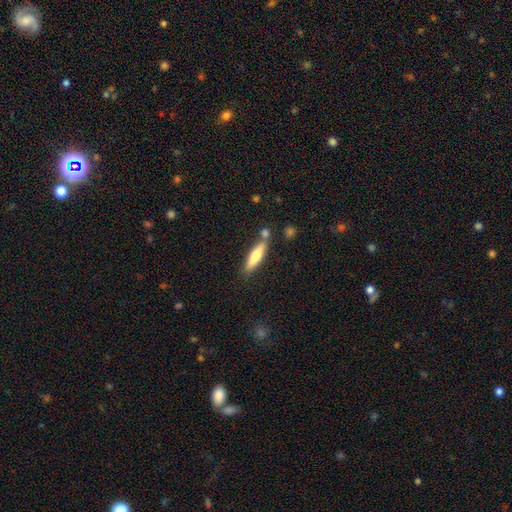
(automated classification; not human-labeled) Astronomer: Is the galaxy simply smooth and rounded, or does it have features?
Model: smooth — 58% (runner-up: featured or disk, 37%).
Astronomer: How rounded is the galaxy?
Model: cigar-shaped — 75%.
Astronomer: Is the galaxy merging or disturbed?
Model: none — 74%.